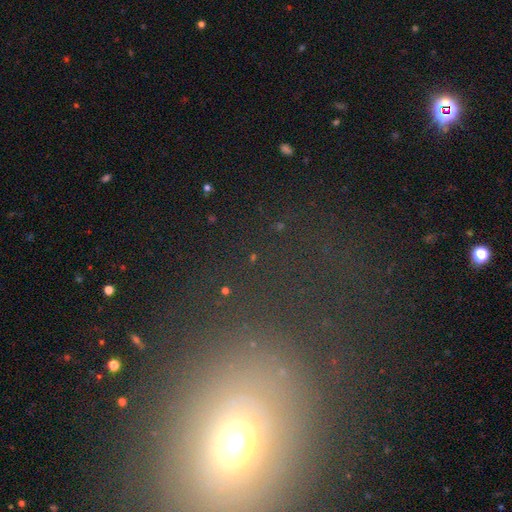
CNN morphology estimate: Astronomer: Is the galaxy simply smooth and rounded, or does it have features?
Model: star or artifact — 38% (runner-up: smooth, 35%).